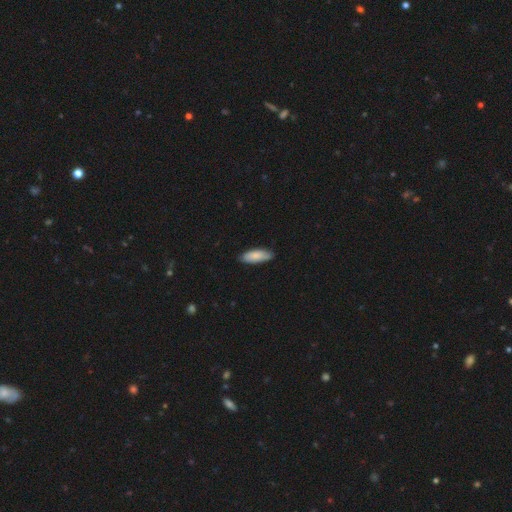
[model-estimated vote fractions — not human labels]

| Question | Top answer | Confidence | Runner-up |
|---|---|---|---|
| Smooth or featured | smooth | 83% | featured or disk (11%) |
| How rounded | in between | 69% | cigar-shaped (29%) |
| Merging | none | 84% | minor disturbance (14%) |